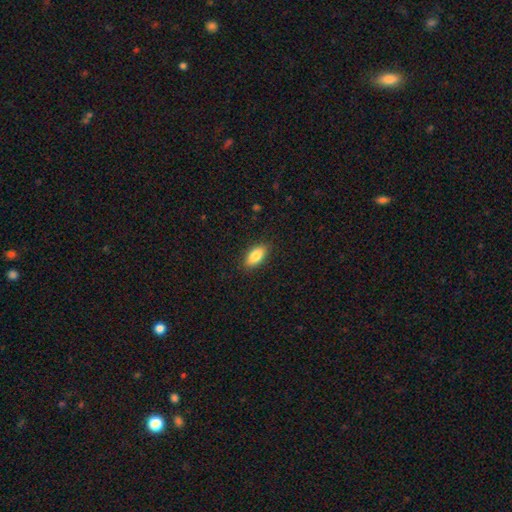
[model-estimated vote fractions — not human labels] Smooth or featured?
  - smooth: 85% *
  - featured or disk: 8%
  - star or artifact: 7%
How rounded?
  - in between: 86% *
  - cigar-shaped: 11%
  - round: 3%
Merging?
  - none: 88% *
  - minor disturbance: 9%
  - major disturbance: 2%
  - merger: 1%